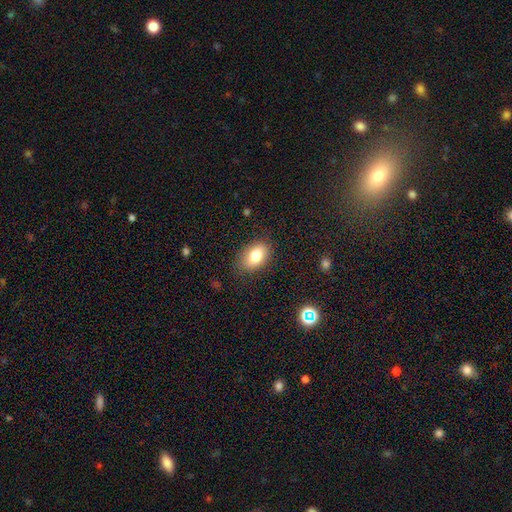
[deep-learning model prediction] The model was most divided on "smooth or featured": smooth: 80%, featured or disk: 12%, star or artifact: 8%. More confident: how rounded — in between (86%); merging — none (82%).